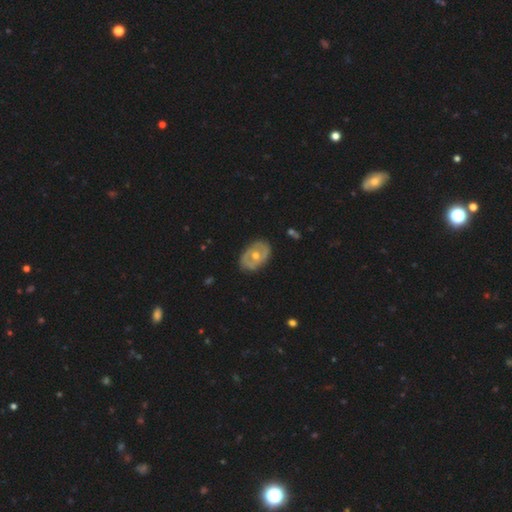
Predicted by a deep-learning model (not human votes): Smooth or featured? featured or disk (66%)
Edge-on disk? no (94%)
Bar? no (72%)
Spiral arms? no (63%)
Bulge size? moderate (72%)
Merging? none (82%)